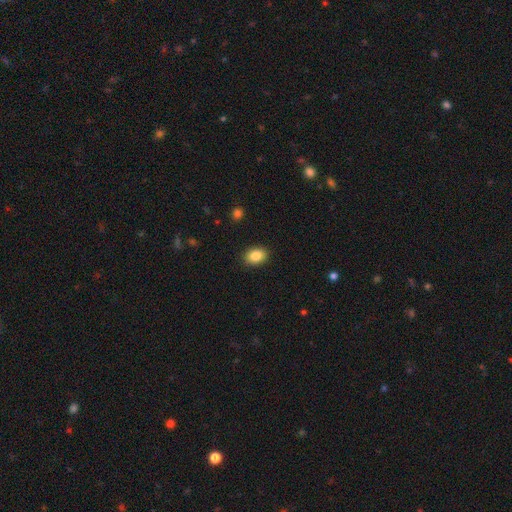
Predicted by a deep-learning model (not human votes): Smooth or featured? Predicted: smooth (p=0.86). How rounded? Predicted: in between (p=0.78). Merging? Predicted: none (p=0.89).